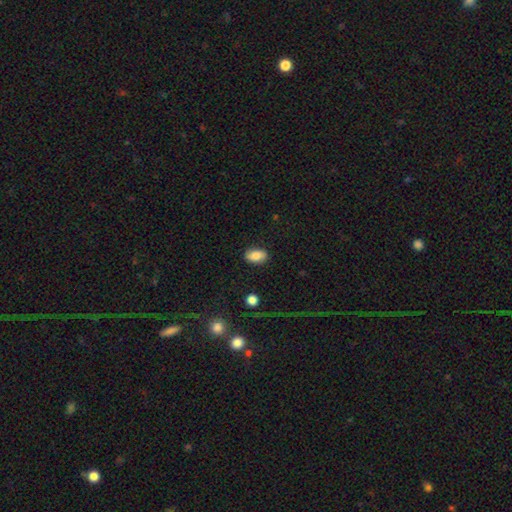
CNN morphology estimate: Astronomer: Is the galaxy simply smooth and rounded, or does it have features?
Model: smooth — 85%.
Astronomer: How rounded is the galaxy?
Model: in between — 91%.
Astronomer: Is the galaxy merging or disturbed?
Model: none — 86%.